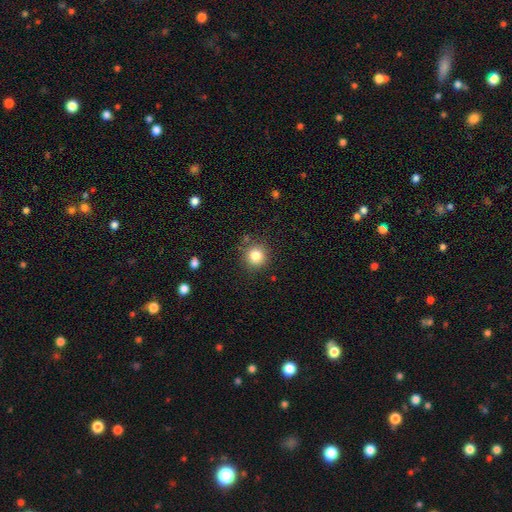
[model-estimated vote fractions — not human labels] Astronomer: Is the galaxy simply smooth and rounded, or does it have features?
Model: smooth — 82%.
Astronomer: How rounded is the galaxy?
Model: round — 93%.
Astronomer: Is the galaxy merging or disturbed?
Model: none — 86%.